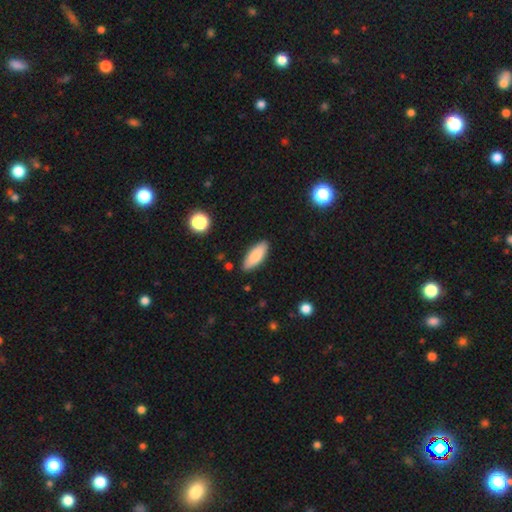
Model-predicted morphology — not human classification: This appears to be a smooth galaxy with no disk features (83%) that is in between round and cigar-shaped (73%). Merging: none (88%).